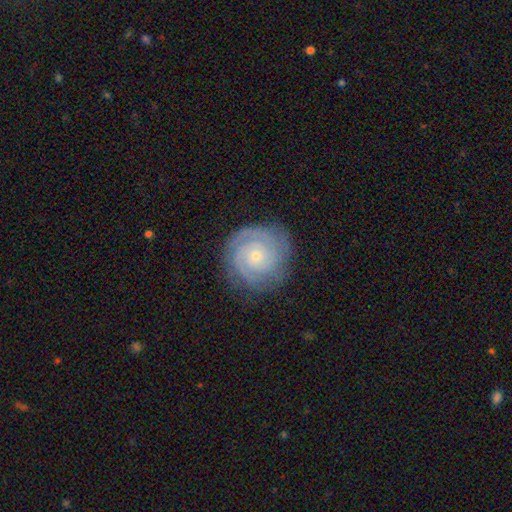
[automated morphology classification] Smooth or featured? Predicted: featured or disk (p=0.85). Edge-on disk? Predicted: no (p=0.98). Bar? Predicted: no (p=0.79). Spiral arms? Predicted: yes (p=0.97). Spiral winding? Predicted: tight (p=0.81). Spiral arm count? Predicted: 2 (p=0.41). Bulge size? Predicted: small (p=0.77). Merging? Predicted: none (p=0.83).